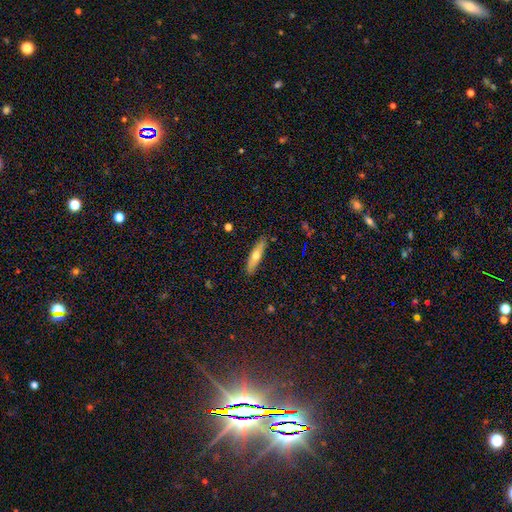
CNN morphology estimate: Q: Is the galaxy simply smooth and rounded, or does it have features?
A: smooth — 56%.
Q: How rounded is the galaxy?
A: cigar-shaped — 74%.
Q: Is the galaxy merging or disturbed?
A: none — 88%.